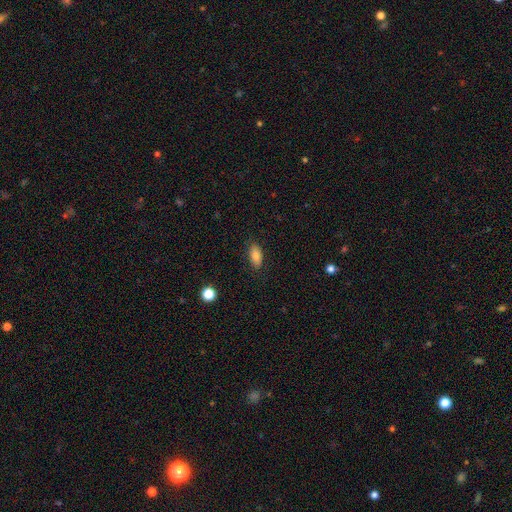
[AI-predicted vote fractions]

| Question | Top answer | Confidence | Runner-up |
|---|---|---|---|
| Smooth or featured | smooth | 83% | featured or disk (9%) |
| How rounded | in between | 89% | cigar-shaped (7%) |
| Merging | none | 85% | minor disturbance (11%) |